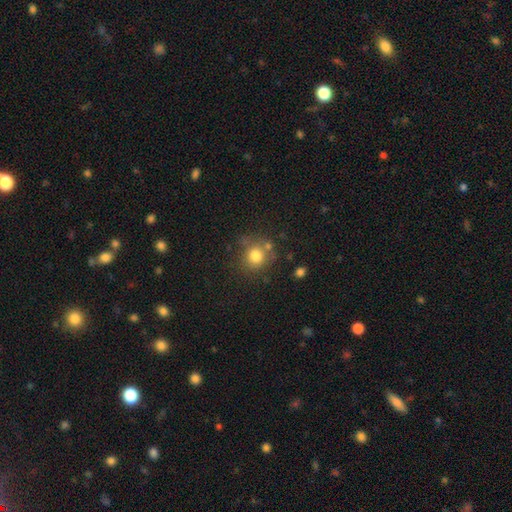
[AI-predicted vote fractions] This is likely a smooth galaxy (79%). How rounded: clearly round (85%). Merging: likely none (63%).